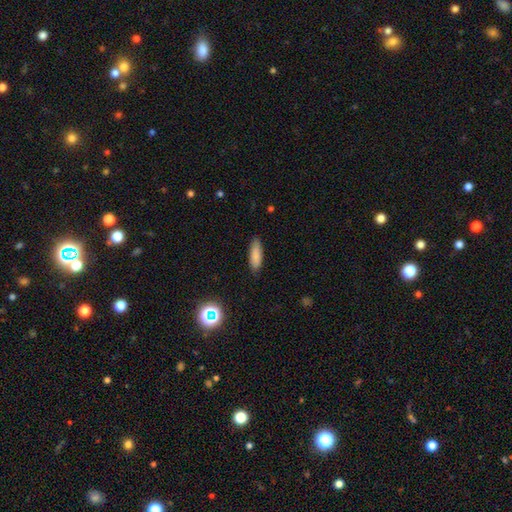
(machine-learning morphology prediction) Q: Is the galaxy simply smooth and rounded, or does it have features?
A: smooth — 84%.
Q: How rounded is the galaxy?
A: in between — 54%.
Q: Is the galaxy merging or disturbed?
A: none — 85%.